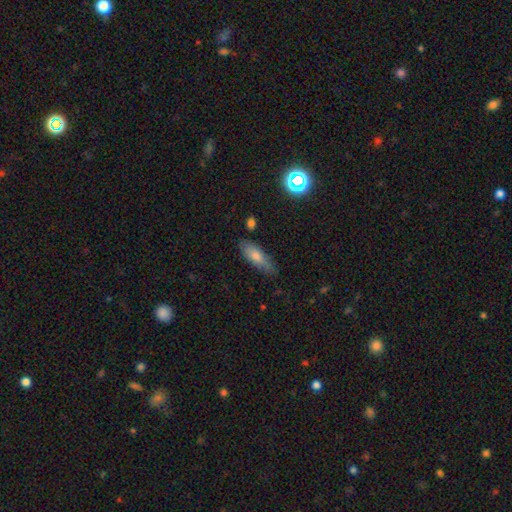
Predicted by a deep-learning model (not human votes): Q: Smooth or featured?
A: smooth (66%); runner-up: featured or disk (24%)
Q: How rounded?
A: in between (56%); runner-up: cigar-shaped (41%)
Q: Merging?
A: none (78%); runner-up: minor disturbance (17%)